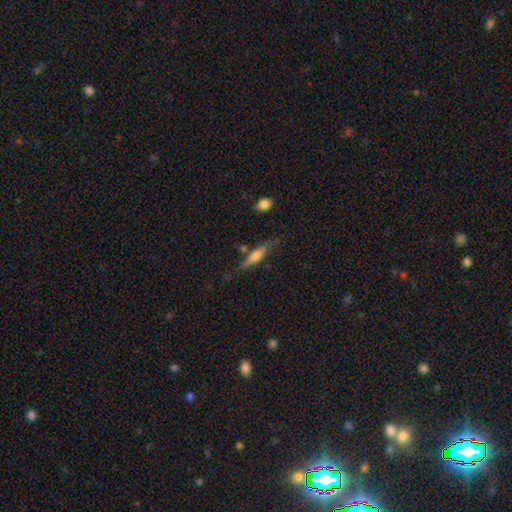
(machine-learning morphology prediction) smooth_or_featured: featured or disk (p=0.48) [alt: smooth p=0.45]
merging: none (p=0.67) [alt: minor disturbance p=0.20]